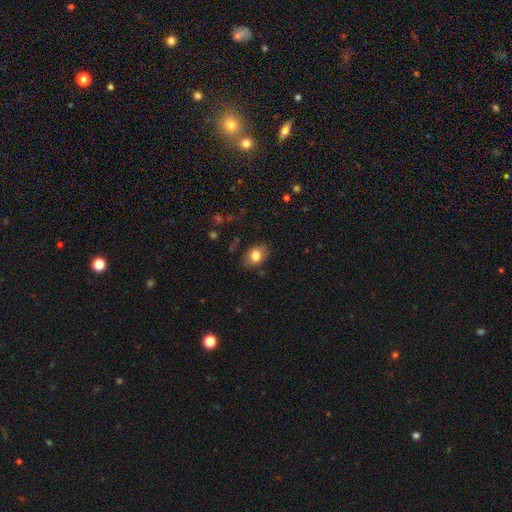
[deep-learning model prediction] Smooth or featured? smooth (81%)
How rounded? in between (73%)
Merging? none (82%)